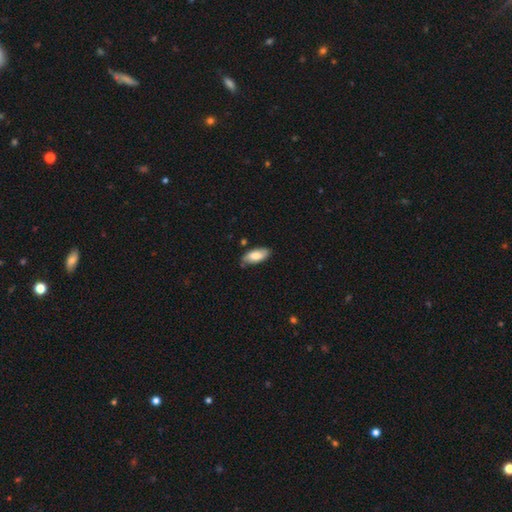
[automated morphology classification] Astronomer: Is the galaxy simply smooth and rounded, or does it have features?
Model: smooth — 75%.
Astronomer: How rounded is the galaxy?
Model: in between — 88%.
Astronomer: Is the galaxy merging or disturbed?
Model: none — 75%.